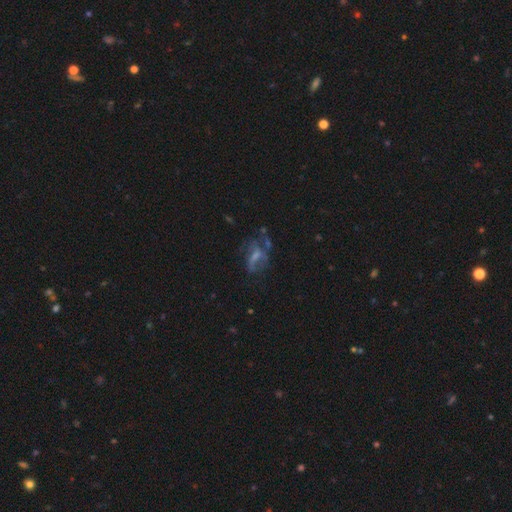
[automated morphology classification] A featured or disk galaxy (60%) with no bar (47%), spiral arms (56%) and a small central bulge (40%).

Vote fractions:
- Smooth or featured? featured or disk: 60% / star or artifact: 20% / smooth: 20%
- Edge-on disk? no: 94% / yes: 6%
- Bar? no: 47% / weak: 38% / strong: 15%
- Spiral arms? yes: 56% / no: 44%
- Bulge size? small: 40% / moderate: 28% / none: 27% / large: 4% / dominant: 2%
- Merging? none: 42% / major disturbance: 31% / minor disturbance: 19% / merger: 8%